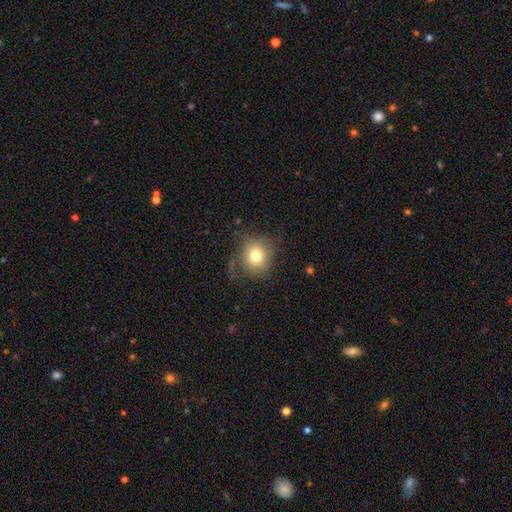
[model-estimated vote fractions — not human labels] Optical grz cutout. It shows a smooth galaxy with no disk features (75%) that is round (82%). Merging: none (67%).